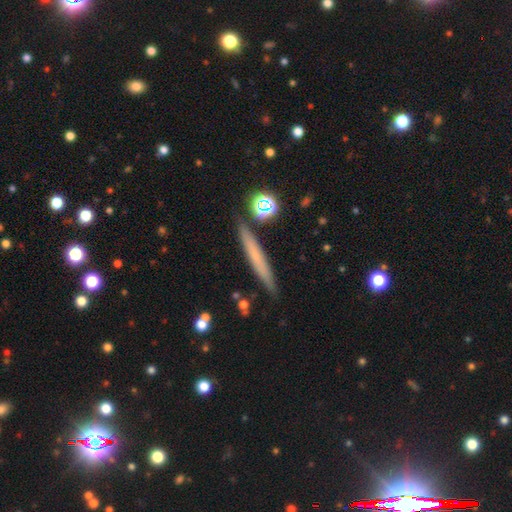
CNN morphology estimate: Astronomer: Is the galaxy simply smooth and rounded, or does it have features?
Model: smooth — 55% (runner-up: featured or disk, 37%).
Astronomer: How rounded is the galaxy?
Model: cigar-shaped — 95%.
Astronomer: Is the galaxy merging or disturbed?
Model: none — 87%.